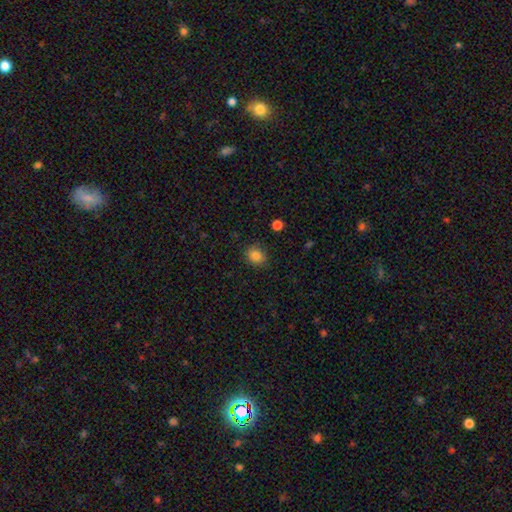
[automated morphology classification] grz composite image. It shows a smooth galaxy with no disk features (83%) that is round (73%). Merging: none (85%).